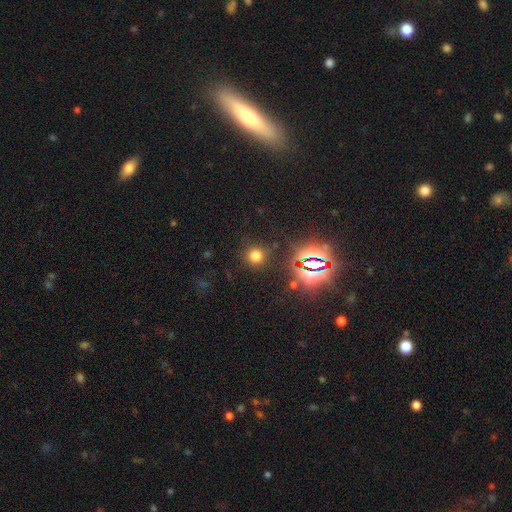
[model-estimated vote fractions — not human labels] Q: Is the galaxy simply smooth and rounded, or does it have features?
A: smooth — 67%.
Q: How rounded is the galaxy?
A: round — 91%.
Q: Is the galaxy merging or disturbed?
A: none — 84%.